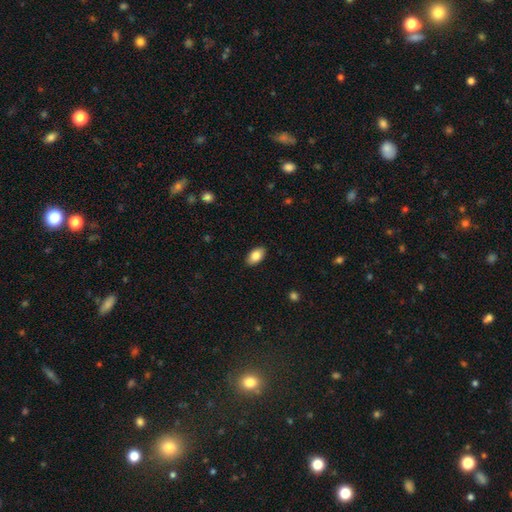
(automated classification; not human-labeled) smooth 84%, featured or disk 9%, star or artifact 7%. Down the decision tree: how rounded — in between (94%); merging — none (89%).